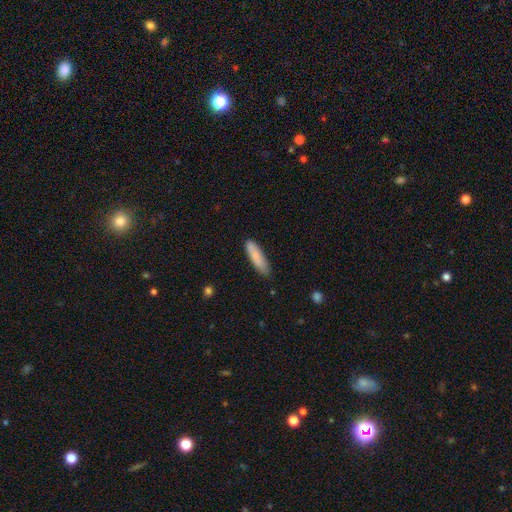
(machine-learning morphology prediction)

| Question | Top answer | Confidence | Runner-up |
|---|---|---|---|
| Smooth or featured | smooth | 85% | featured or disk (9%) |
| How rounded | cigar-shaped | 72% | in between (27%) |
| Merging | none | 80% | minor disturbance (16%) |